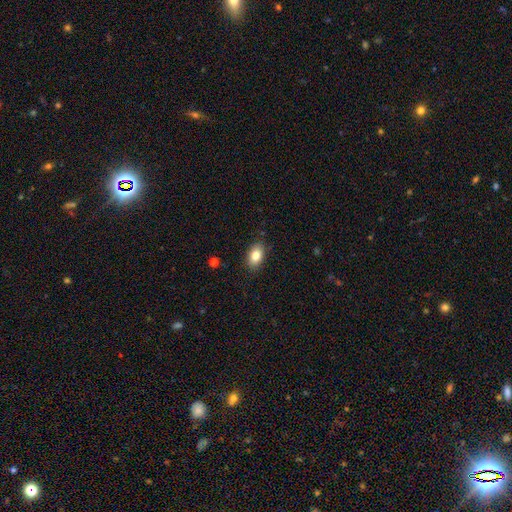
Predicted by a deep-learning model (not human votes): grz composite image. It shows a smooth galaxy with no disk features (82%) that is in between round and cigar-shaped (88%). Merging: none (86%).